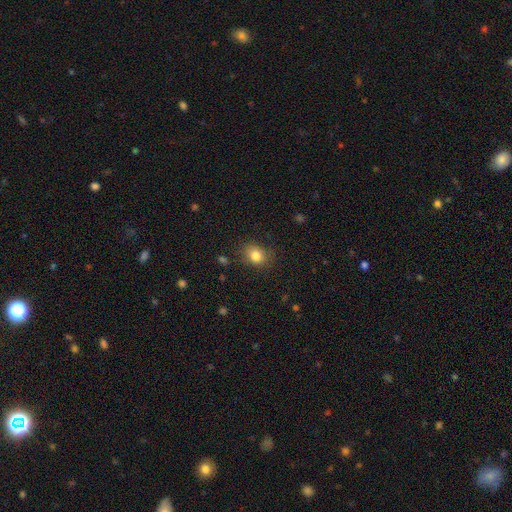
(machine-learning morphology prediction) smooth_or_featured: smooth (p=0.83) [alt: star or artifact p=0.10]
how_rounded: round (p=0.55) [alt: in between p=0.44]
merging: none (p=0.79) [alt: minor disturbance p=0.15]